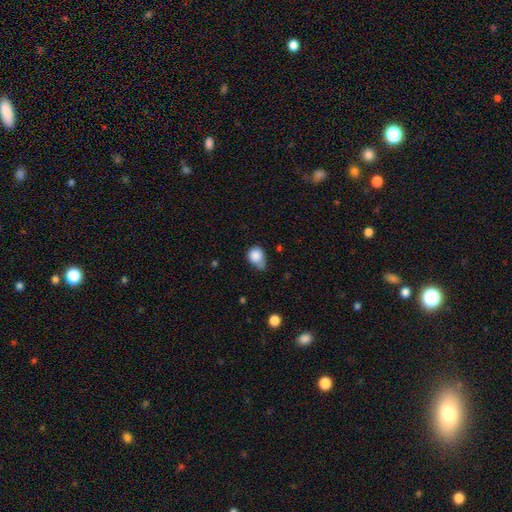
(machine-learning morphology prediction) A smooth galaxy with no disk features (85%) that is round (64%). Merging: minor disturbance (43%).